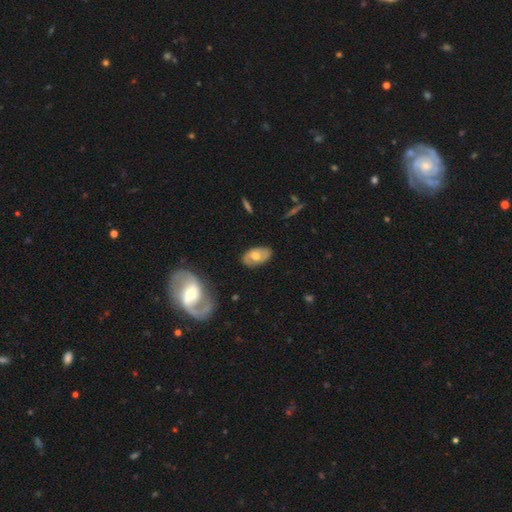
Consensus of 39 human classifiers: Smooth or featured: featured or disk — 46% (smooth — 44%)
Edge-on disk: no — 94% (yes — 6%)
Bar: no — 59% (strong — 24%)
Spiral arms: yes — 65% (no — 35%)
Spiral winding: loose — 45% (tight — 27%)
Spiral arm count: 2 — 82% (can't tell — 18%)
Bulge size: moderate — 76% (small — 18%)
Merging: none — 86% (minor disturbance — 14%)